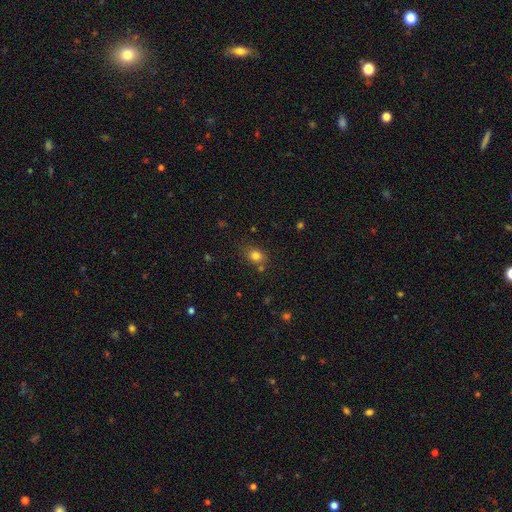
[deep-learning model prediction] Overall: smooth (80%). How rounded: round (50%; in between 49%). Merging: none (70%).